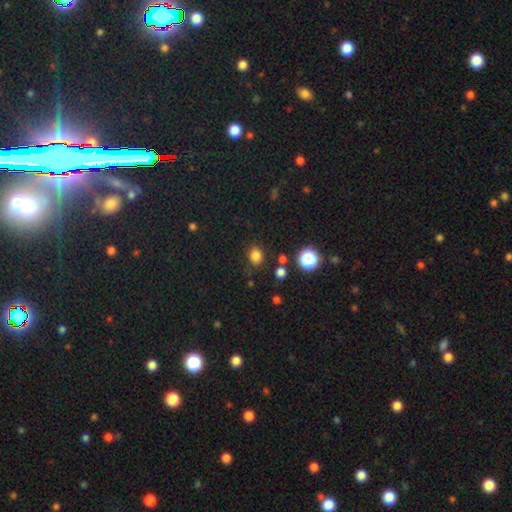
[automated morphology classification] A smooth galaxy with no disk features (79%) that is in between round and cigar-shaped (52%).

Vote fractions:
- Smooth or featured? smooth: 79% / star or artifact: 16% / featured or disk: 5%
- How rounded? in between: 52% / round: 47% / cigar-shaped: 1%
- Merging? none: 79% / minor disturbance: 13% / major disturbance: 4% / merger: 4%